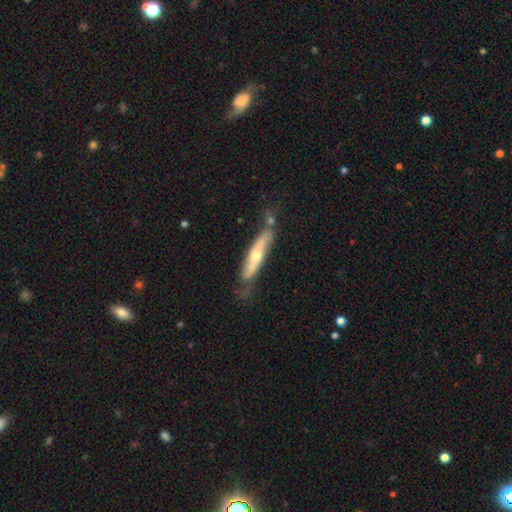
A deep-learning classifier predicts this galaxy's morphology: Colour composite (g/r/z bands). It shows a featured or disk galaxy (63%) viewed edge-on (72%). Merging: none (62%).